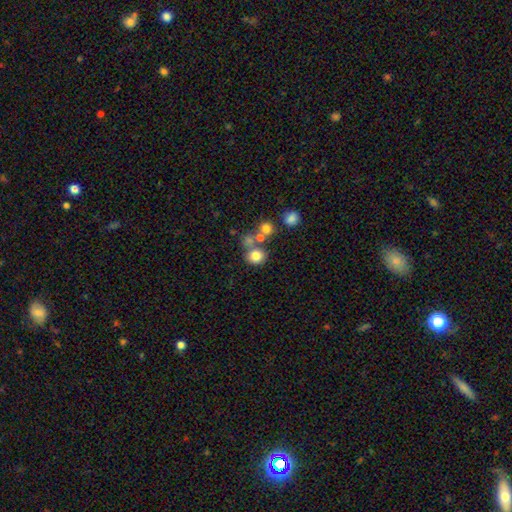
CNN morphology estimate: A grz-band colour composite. It shows a smooth galaxy with no disk features (76%) that is round (83%). Merging: none (59%).